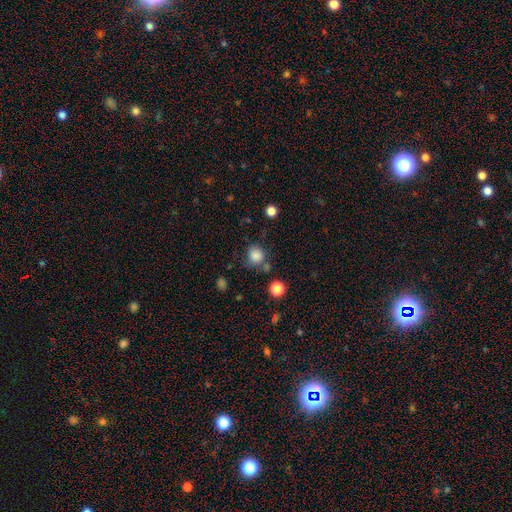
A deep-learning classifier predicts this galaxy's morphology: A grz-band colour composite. It shows a smooth galaxy with no disk features (83%) that is round (84%). Merging: none (67%).